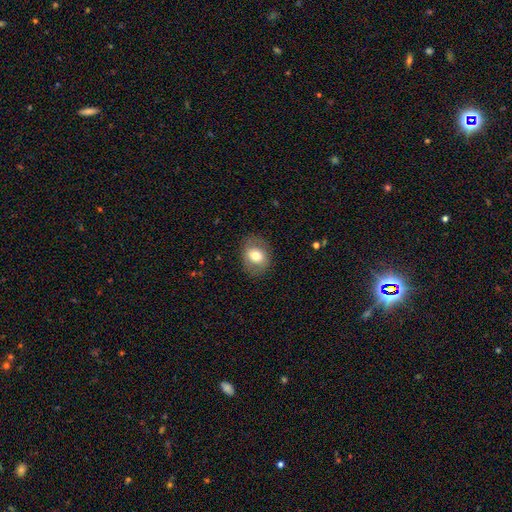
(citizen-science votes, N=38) Smooth or featured: smooth — 66% (featured or disk — 29%)
How rounded: in between — 60% (round — 40%)
Merging: none — 69% (minor disturbance — 19%)